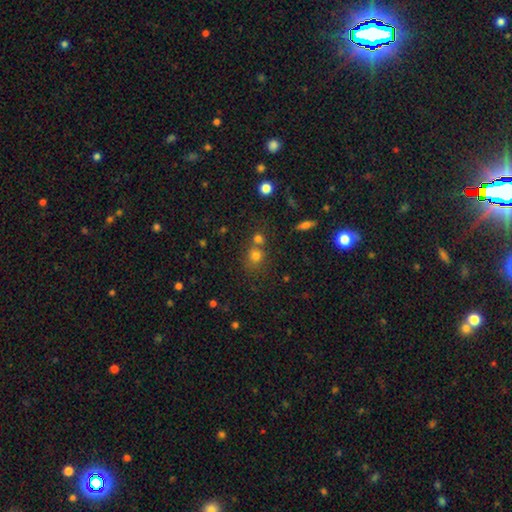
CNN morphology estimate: The model was most divided on "merging": none: 53%, merger: 33%, minor disturbance: 9%, major disturbance: 4%. More confident: how rounded — round (78%); smooth or featured — smooth (73%).